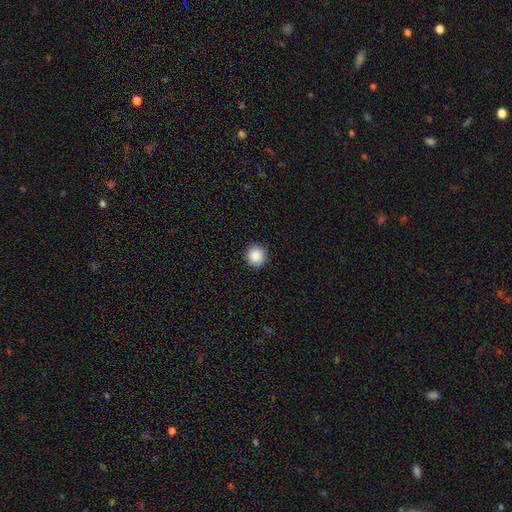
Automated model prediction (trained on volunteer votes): smooth_or_featured: smooth (p=0.88) [alt: star or artifact p=0.09]
how_rounded: round (p=0.94) [alt: in between p=0.05]
merging: none (p=0.92) [alt: minor disturbance p=0.05]